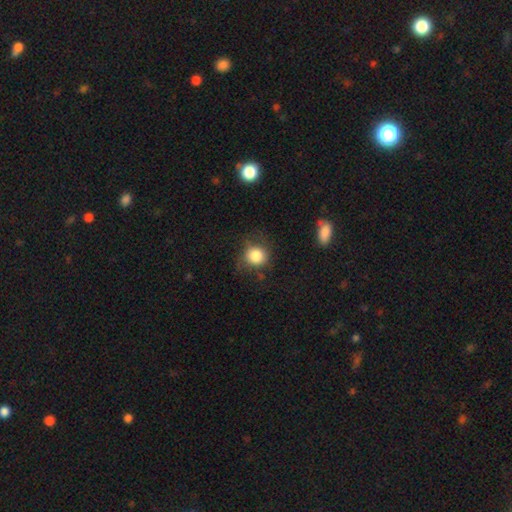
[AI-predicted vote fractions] Smooth or featured? smooth (83%)
How rounded? round (86%)
Merging? none (68%)